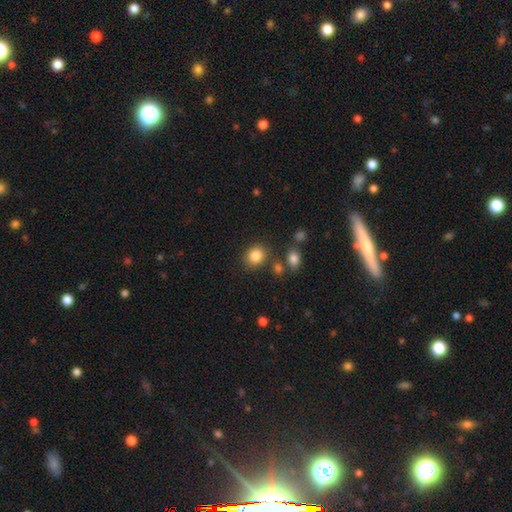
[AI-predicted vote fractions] Smooth or featured? smooth (85%)
How rounded? round (67%)
Merging? none (79%)